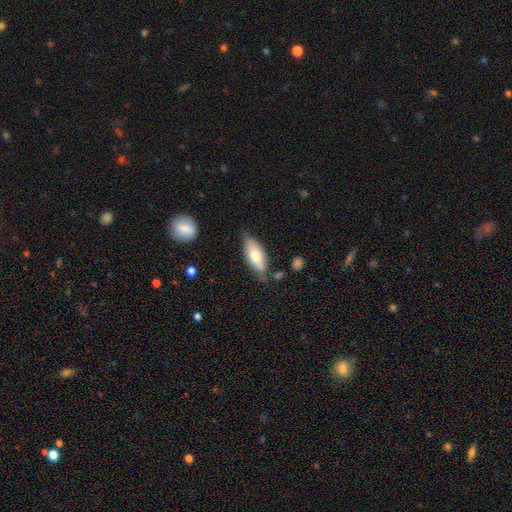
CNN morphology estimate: Overall: smooth (64%; featured or disk 29%). How rounded: in between (74%). Merging: none (66%).